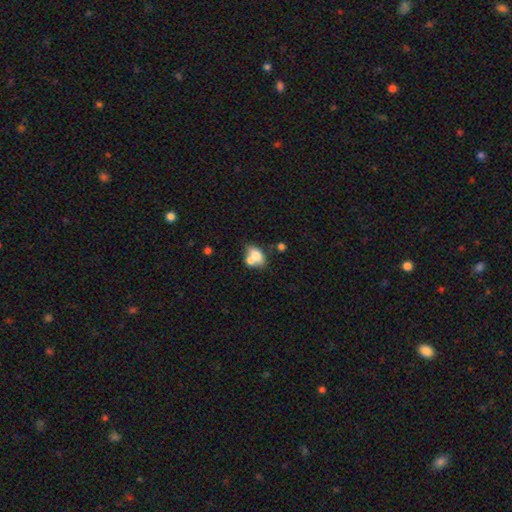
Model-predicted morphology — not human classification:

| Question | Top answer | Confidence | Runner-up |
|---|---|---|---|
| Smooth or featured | smooth | 71% | featured or disk (20%) |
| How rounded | in between | 80% | round (17%) |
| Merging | merger | 50% | none (32%) |